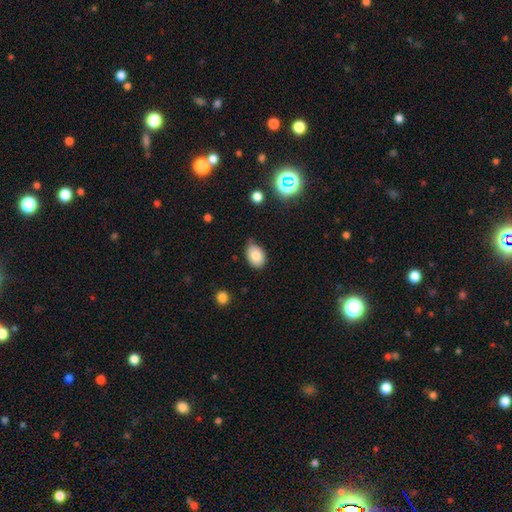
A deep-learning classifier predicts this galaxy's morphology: This is clearly a smooth galaxy (80%). How rounded: clearly in between (81%). Merging: likely none (65%).